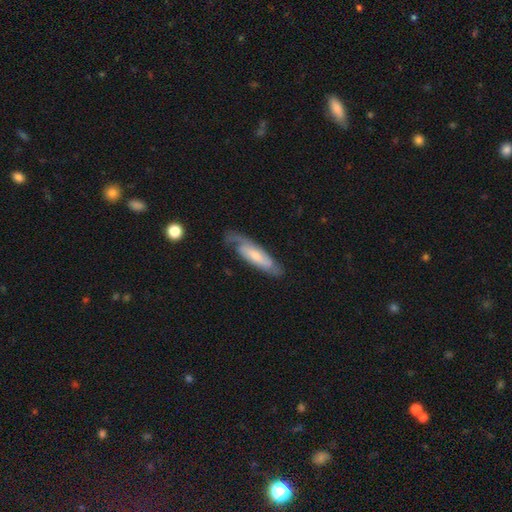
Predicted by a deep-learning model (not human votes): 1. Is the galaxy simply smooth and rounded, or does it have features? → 63% featured or disk, 32% smooth, 5% star or artifact.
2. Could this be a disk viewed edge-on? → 78% no, 22% yes.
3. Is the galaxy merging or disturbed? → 65% none, 22% minor disturbance, 11% major disturbance, 2% merger.